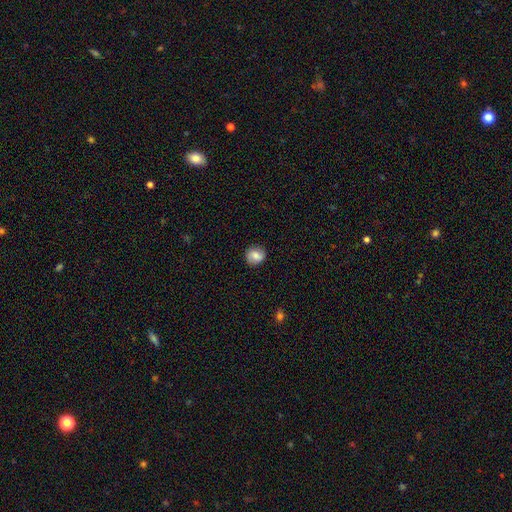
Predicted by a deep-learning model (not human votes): Smooth or featured? Predicted: smooth (p=0.75). How rounded? Predicted: round (p=0.82). Merging? Predicted: none (p=0.86).